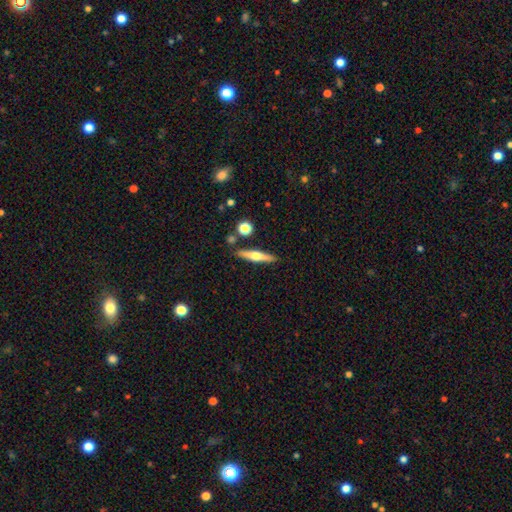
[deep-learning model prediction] smooth-or-featured: featured or disk: 56% | smooth: 37% | star or artifact: 7%
  disk-edge-on: yes: 95% | no: 5%
    edge-on-bulge: rounded: 92% | none: 4% | boxy: 4%
  merging: none: 86% | minor disturbance: 8% | merger: 4% | major disturbance: 2%